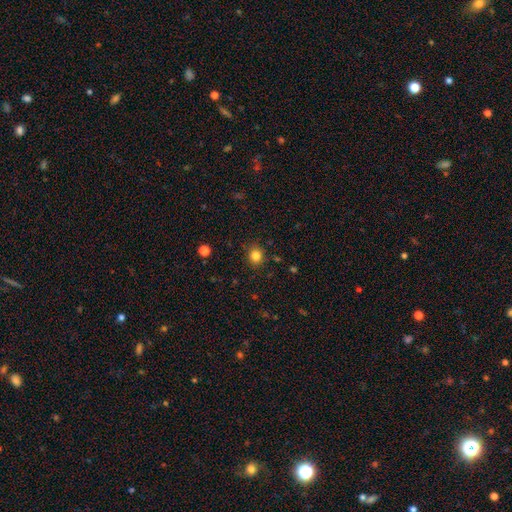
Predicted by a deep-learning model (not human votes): A smooth galaxy with no disk features (83%) that is round (77%).

Vote fractions:
- Smooth or featured? smooth: 83% / star or artifact: 12% / featured or disk: 5%
- How rounded? round: 77% / in between: 22% / cigar-shaped: 1%
- Merging? none: 87% / minor disturbance: 9% / major disturbance: 3% / merger: 1%